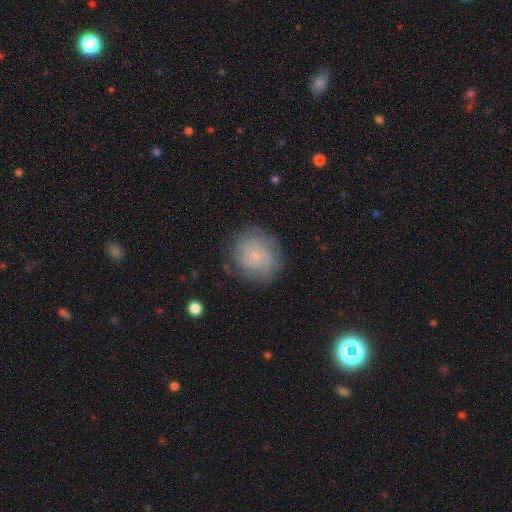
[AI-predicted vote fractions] Smooth or featured?
  - featured or disk: 47% *
  - smooth: 43%
  - star or artifact: 10%
Merging?
  - none: 75% *
  - minor disturbance: 16%
  - major disturbance: 7%
  - merger: 1%